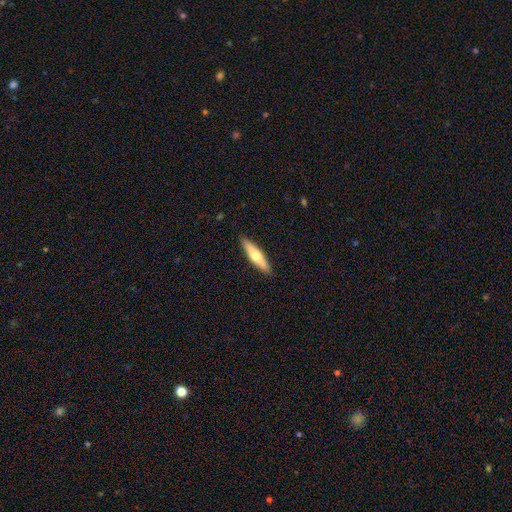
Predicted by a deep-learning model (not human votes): Q: Smooth or featured?
A: smooth (54%); runner-up: featured or disk (41%)
Q: How rounded?
A: cigar-shaped (75%); runner-up: in between (23%)
Q: Merging?
A: none (90%); runner-up: minor disturbance (7%)